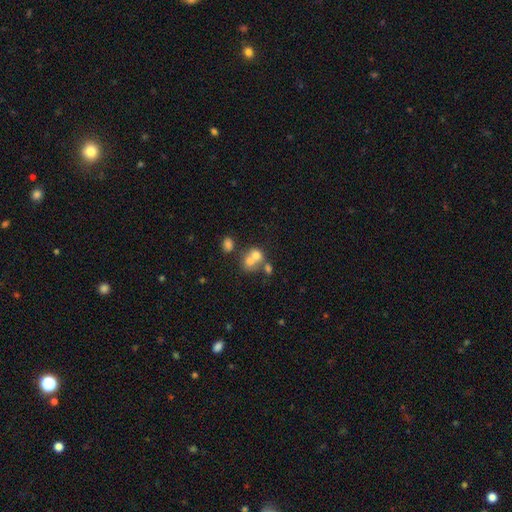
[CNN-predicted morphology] This appears to be a smooth galaxy with no disk features (65%) that is round (65%). Merging: merger (61%).